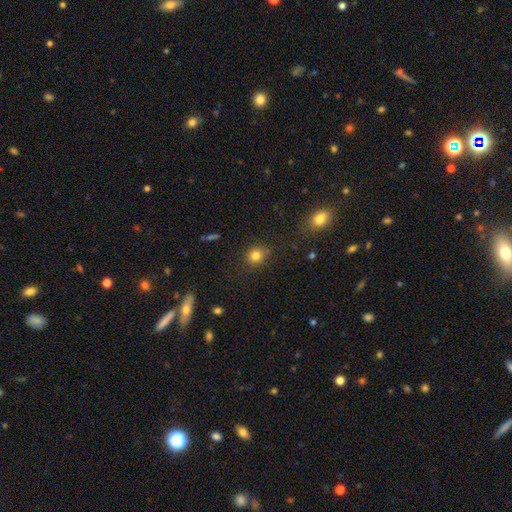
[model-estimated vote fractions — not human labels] smooth-or-featured: smooth: 81% | star or artifact: 13% | featured or disk: 6%
  how-rounded: round: 81% | in between: 18% | cigar-shaped: 1%
  merging: none: 82% | minor disturbance: 13% | major disturbance: 3% | merger: 2%